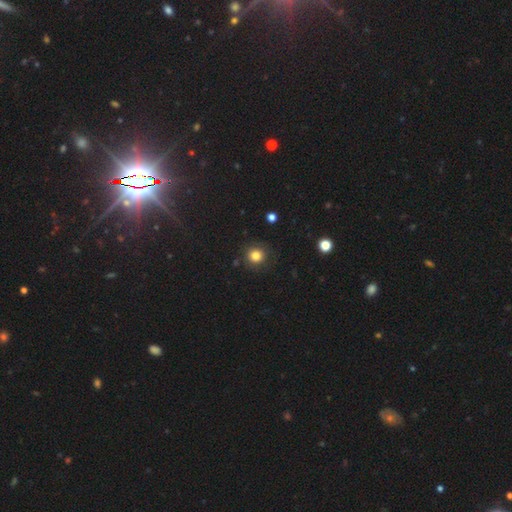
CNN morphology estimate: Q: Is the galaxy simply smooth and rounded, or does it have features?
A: smooth — 82%.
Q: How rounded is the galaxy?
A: round — 90%.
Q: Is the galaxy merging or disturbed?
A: none — 85%.